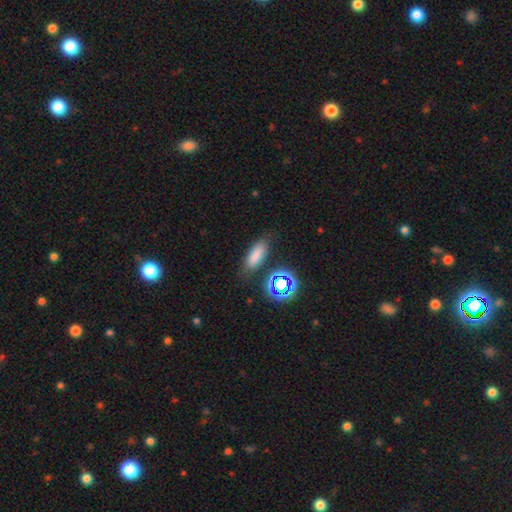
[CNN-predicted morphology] Smooth or featured?
  - smooth: 73% *
  - star or artifact: 18%
  - featured or disk: 9%
How rounded?
  - in between: 72% *
  - cigar-shaped: 22%
  - round: 6%
Merging?
  - none: 77% *
  - minor disturbance: 14%
  - merger: 4%
  - major disturbance: 4%